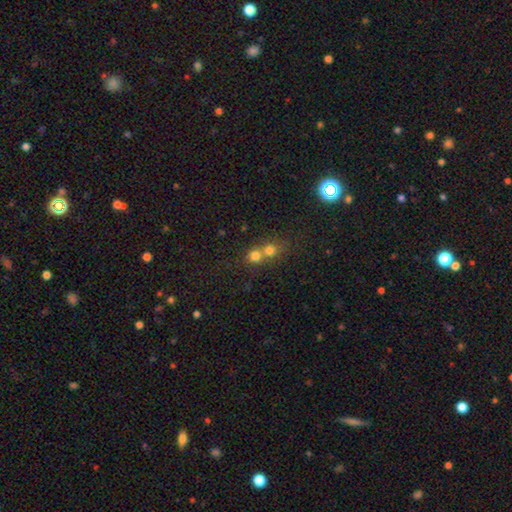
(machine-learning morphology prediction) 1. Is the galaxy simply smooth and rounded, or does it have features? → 74% smooth, 15% star or artifact, 11% featured or disk.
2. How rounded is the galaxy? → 85% round, 14% in between, 1% cigar-shaped.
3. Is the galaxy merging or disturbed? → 60% merger, 33% none, 4% minor disturbance, 2% major disturbance.